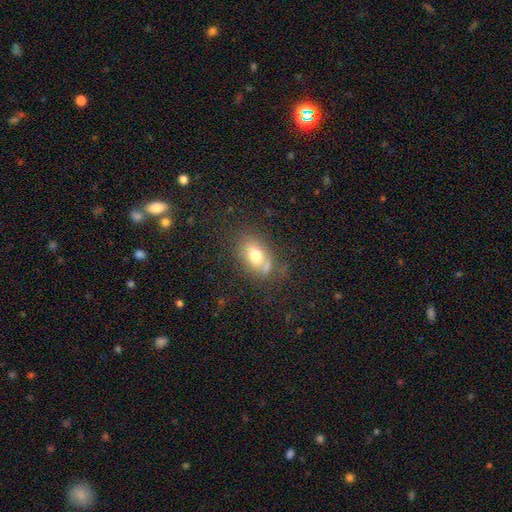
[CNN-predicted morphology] A smooth galaxy with no disk features (71%) that is in between round and cigar-shaped (80%).

Vote fractions:
- Smooth or featured? smooth: 71% / featured or disk: 18% / star or artifact: 11%
- How rounded? in between: 80% / round: 18% / cigar-shaped: 2%
- Merging? none: 57% / minor disturbance: 21% / merger: 12% / major disturbance: 9%